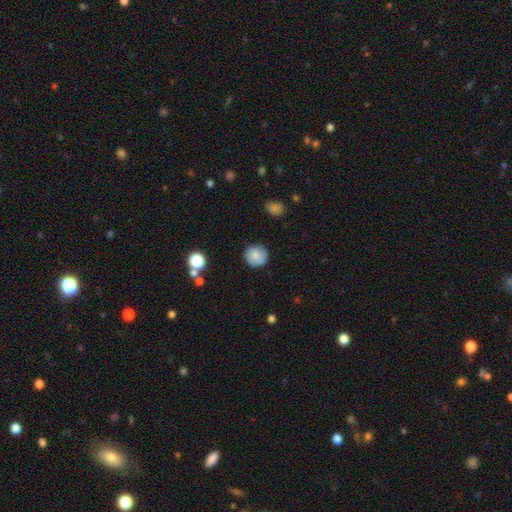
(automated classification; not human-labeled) Smooth or featured: smooth — 78% (featured or disk — 14%)
How rounded: round — 92% (in between — 7%)
Merging: none — 81% (minor disturbance — 14%)